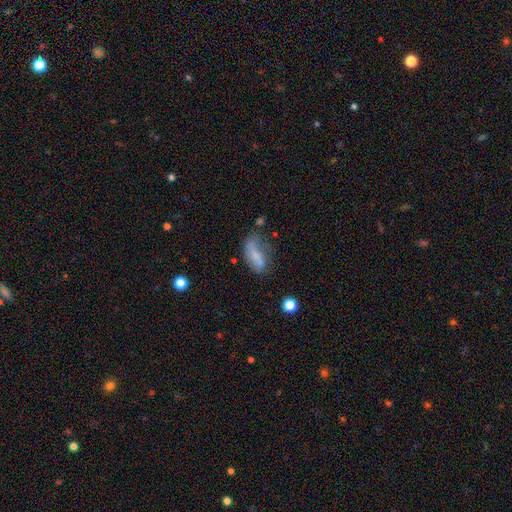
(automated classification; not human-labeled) Smooth or featured?
  - smooth: 58% *
  - featured or disk: 32%
  - star or artifact: 10%
How rounded?
  - in between: 78% *
  - cigar-shaped: 18%
  - round: 5%
Merging?
  - none: 38% *
  - minor disturbance: 31%
  - major disturbance: 24%
  - merger: 7%